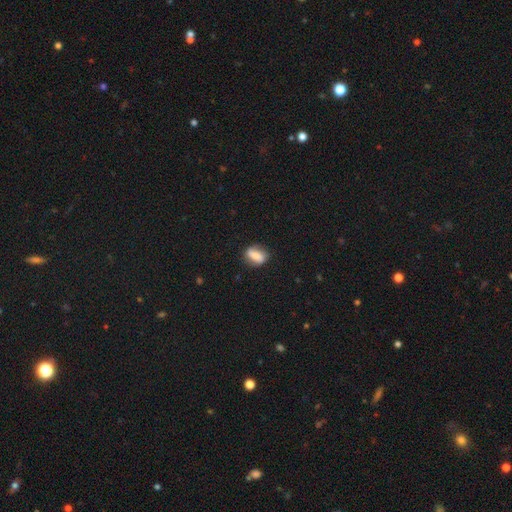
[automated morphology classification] smooth-or-featured: smooth: 55% | featured or disk: 37% | star or artifact: 8%
  how-rounded: in between: 69% | round: 25% | cigar-shaped: 6%
  merging: none: 78% | minor disturbance: 16% | major disturbance: 4% | merger: 2%